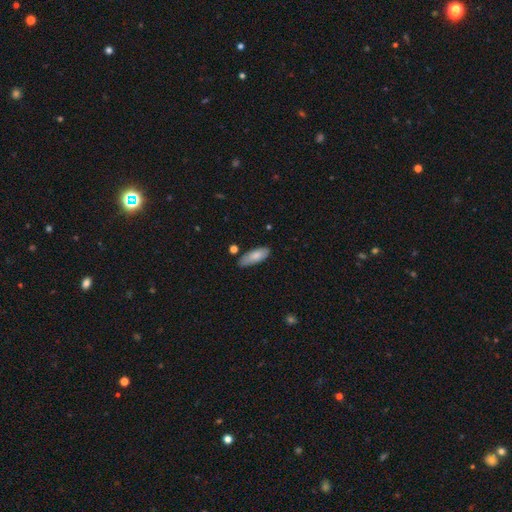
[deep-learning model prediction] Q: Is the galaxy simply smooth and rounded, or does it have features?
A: smooth — 79%.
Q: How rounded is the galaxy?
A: in between — 72%.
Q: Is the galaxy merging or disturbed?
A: none — 76%.